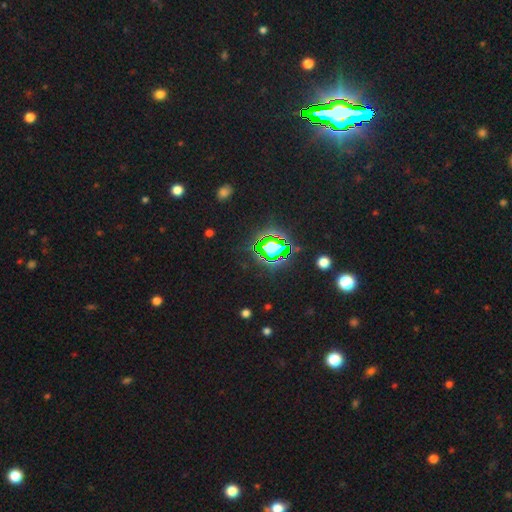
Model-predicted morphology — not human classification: Overall: star or artifact (83%).